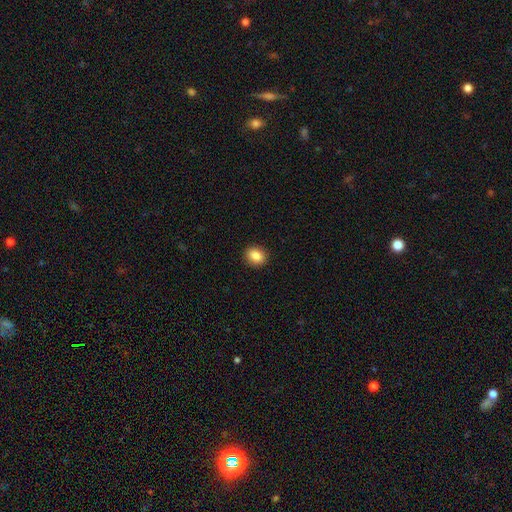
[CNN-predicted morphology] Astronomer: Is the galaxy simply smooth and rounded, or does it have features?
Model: smooth — 86%.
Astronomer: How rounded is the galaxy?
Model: round — 64%.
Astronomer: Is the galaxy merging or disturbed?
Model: none — 91%.